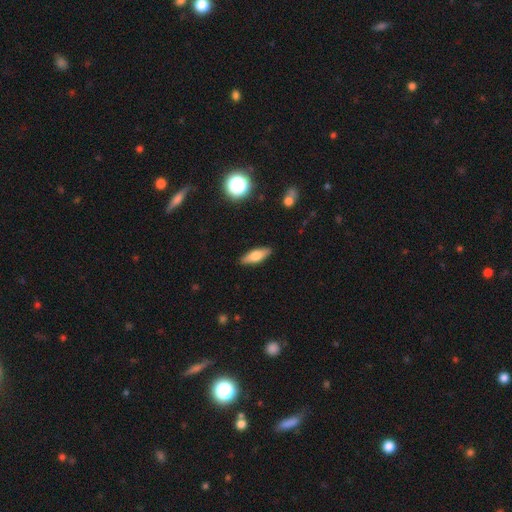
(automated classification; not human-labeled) smooth-or-featured: smooth: 64% | featured or disk: 29% | star or artifact: 7%
  how-rounded: in between: 57% | cigar-shaped: 40% | round: 3%
  merging: none: 88% | minor disturbance: 9% | major disturbance: 2% | merger: 1%